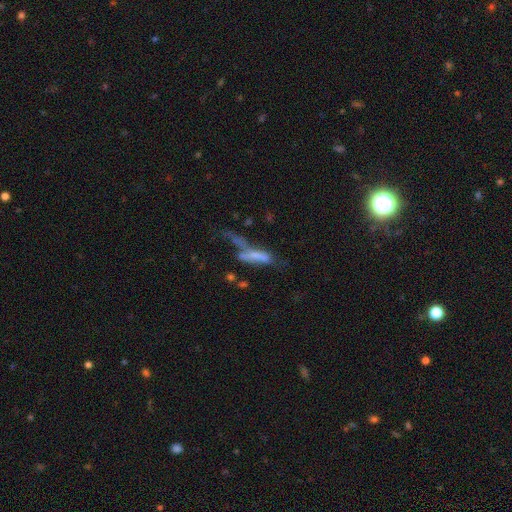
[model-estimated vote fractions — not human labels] Smooth or featured: smooth — 46% (featured or disk — 40%)
Merging: major disturbance — 39% (merger — 30%)